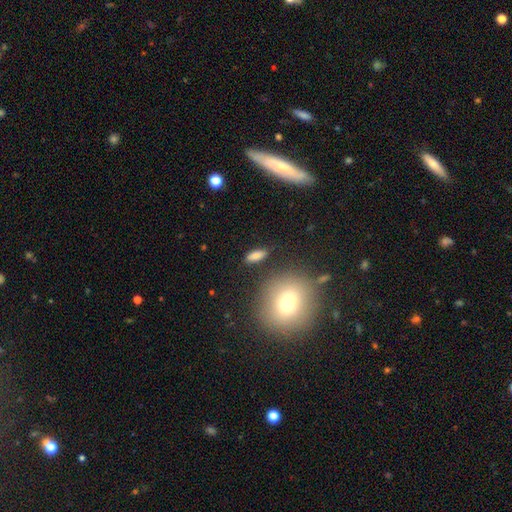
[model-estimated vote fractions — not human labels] This appears to be a smooth galaxy with no disk features (81%) that is in between round and cigar-shaped (65%). Merging: none (79%).